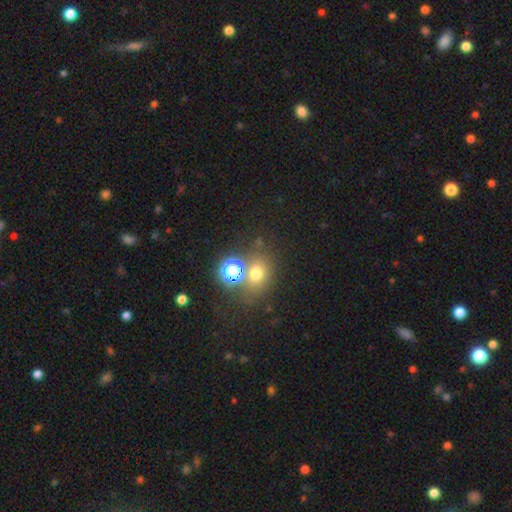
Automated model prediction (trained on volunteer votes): The model was most divided on "smooth or featured": smooth: 48%, star or artifact: 41%, featured or disk: 11%. More confident: merging — none (61%).